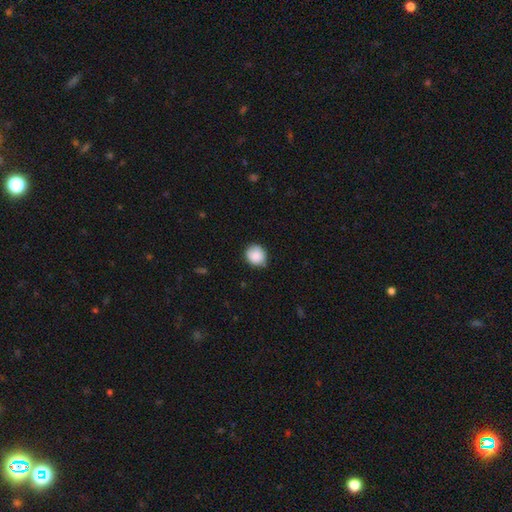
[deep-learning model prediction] Overall: smooth (88%). How rounded: round (86%). Merging: none (78%).